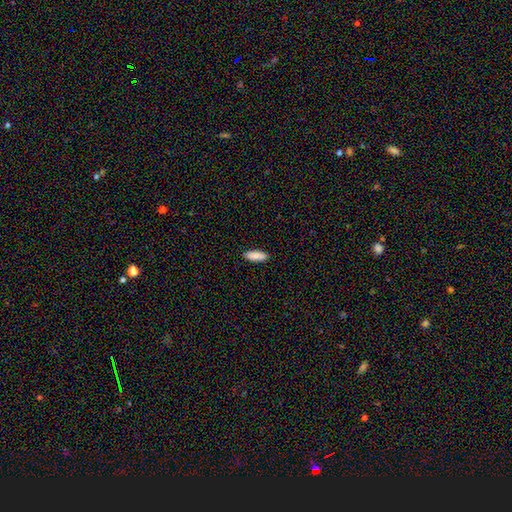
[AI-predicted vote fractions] Smooth or featured? Predicted: smooth (p=0.90). How rounded? Predicted: in between (p=0.65). Merging? Predicted: none (p=0.90).